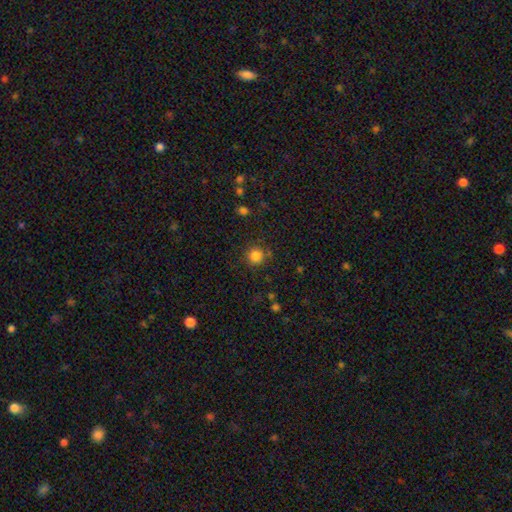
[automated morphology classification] The model was most divided on "smooth or featured": smooth: 83%, star or artifact: 12%, featured or disk: 5%. More confident: how rounded — round (94%); merging — none (84%).